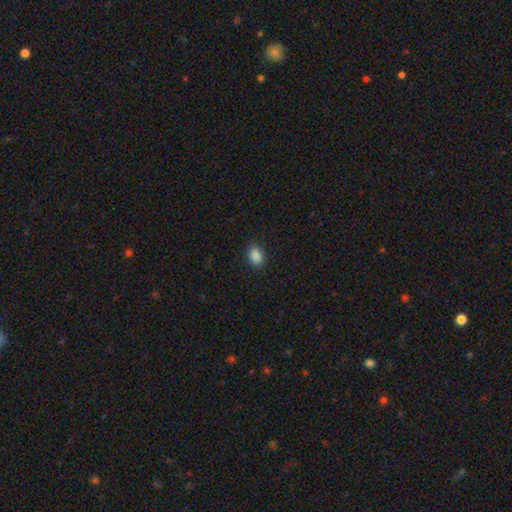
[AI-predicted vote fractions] A smooth galaxy with no disk features (89%) that is in between round and cigar-shaped (87%).

Vote fractions:
- Smooth or featured? smooth: 89% / star or artifact: 8% / featured or disk: 3%
- How rounded? in between: 87% / round: 11% / cigar-shaped: 2%
- Merging? none: 90% / minor disturbance: 8% / major disturbance: 2% / merger: 1%